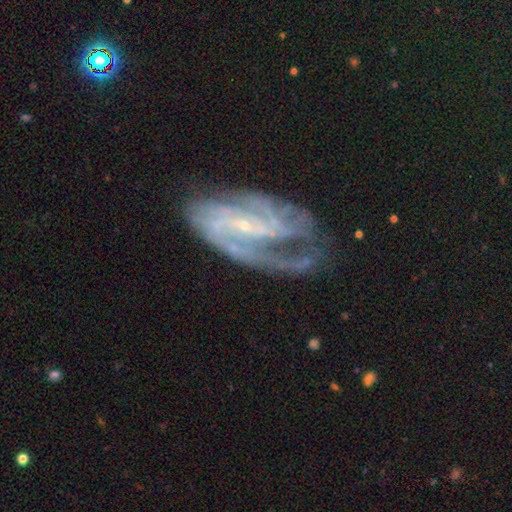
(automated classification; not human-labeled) Smooth or featured: featured or disk — 88% (star or artifact — 6%)
Edge-on disk: no — 96% (yes — 4%)
Bar: weak — 43% (no — 31%)
Spiral arms: yes — 95% (no — 5%)
Spiral winding: medium — 45% (tight — 37%)
Spiral arm count: 2 — 30% (can't tell — 25%)
Bulge size: small — 85% (moderate — 9%)
Merging: none — 46% (major disturbance — 26%)